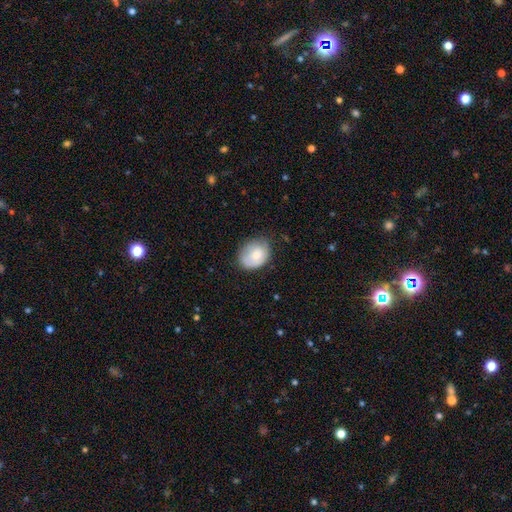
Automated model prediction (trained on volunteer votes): This is likely a smooth galaxy (73%). How rounded: possibly in between (58%). Merging: likely none (63%).